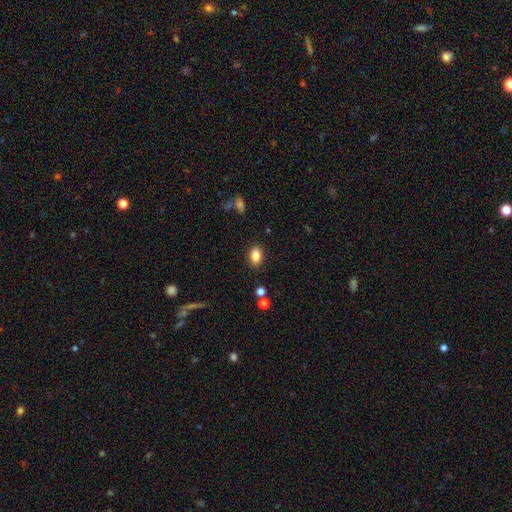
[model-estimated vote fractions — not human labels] Smooth or featured?
  - smooth: 85% *
  - star or artifact: 9%
  - featured or disk: 6%
How rounded?
  - in between: 85% *
  - round: 13%
  - cigar-shaped: 2%
Merging?
  - none: 86% *
  - minor disturbance: 10%
  - major disturbance: 3%
  - merger: 2%